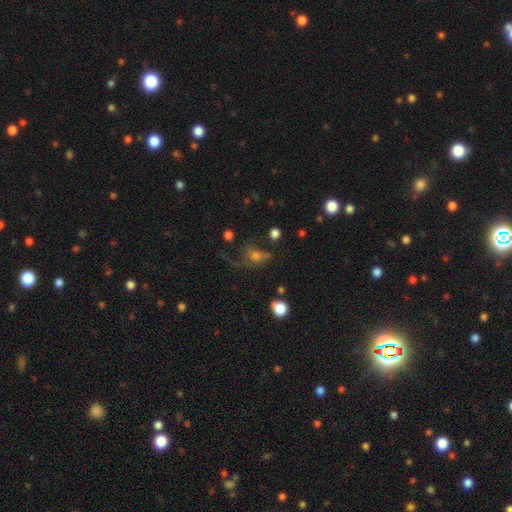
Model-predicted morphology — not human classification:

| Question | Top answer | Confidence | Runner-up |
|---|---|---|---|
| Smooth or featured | smooth | 41% | featured or disk (38%) |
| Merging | major disturbance | 41% | none (36%) |